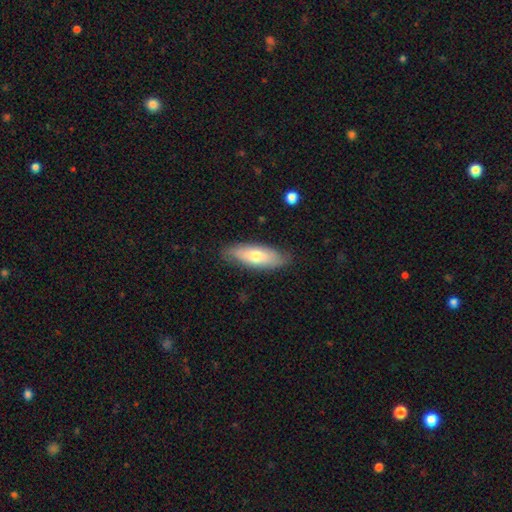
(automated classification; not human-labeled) Q: Smooth or featured?
A: smooth (67%); runner-up: featured or disk (27%)
Q: How rounded?
A: in between (65%); runner-up: cigar-shaped (33%)
Q: Merging?
A: none (82%); runner-up: minor disturbance (14%)